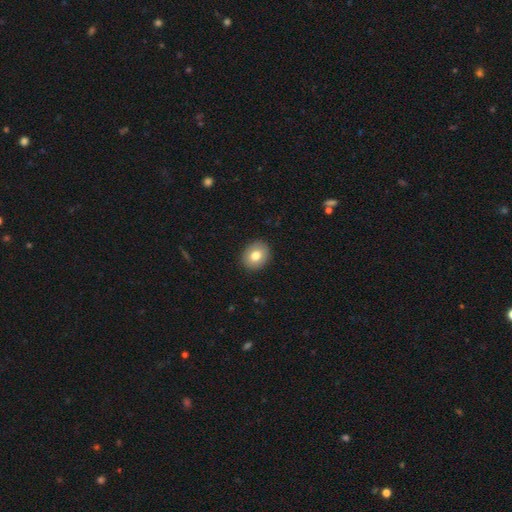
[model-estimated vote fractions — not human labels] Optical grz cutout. It shows a smooth galaxy with no disk features (78%) that is round (58%). Merging: none (90%).